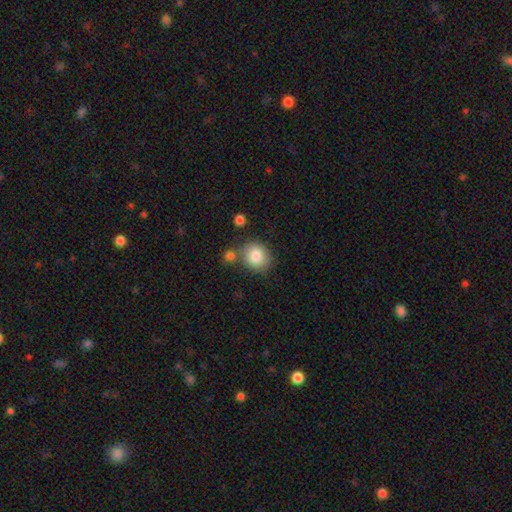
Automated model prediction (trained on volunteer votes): Smooth or featured?
  - smooth: 84% *
  - star or artifact: 8%
  - featured or disk: 8%
How rounded?
  - round: 72% *
  - in between: 27%
  - cigar-shaped: 1%
Merging?
  - none: 68% *
  - merger: 15%
  - minor disturbance: 13%
  - major disturbance: 4%